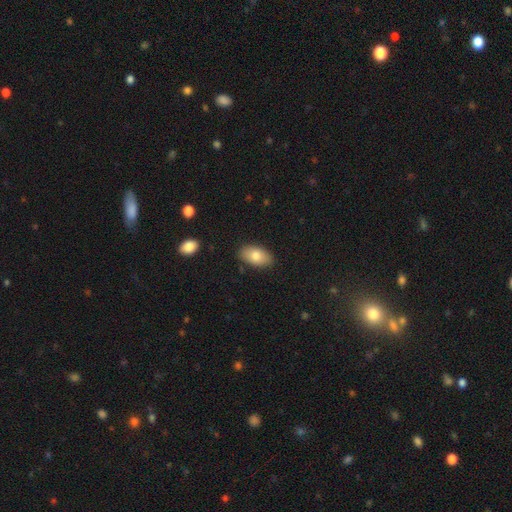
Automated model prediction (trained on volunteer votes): Smooth or featured: smooth — 81% (featured or disk — 12%)
How rounded: in between — 94% (round — 4%)
Merging: none — 86% (minor disturbance — 10%)